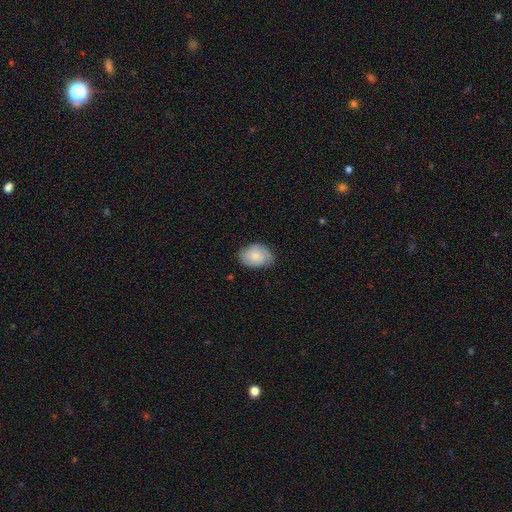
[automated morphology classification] Overall: smooth (65%; featured or disk 29%). How rounded: in between (78%). Merging: none (64%; minor disturbance 28%).